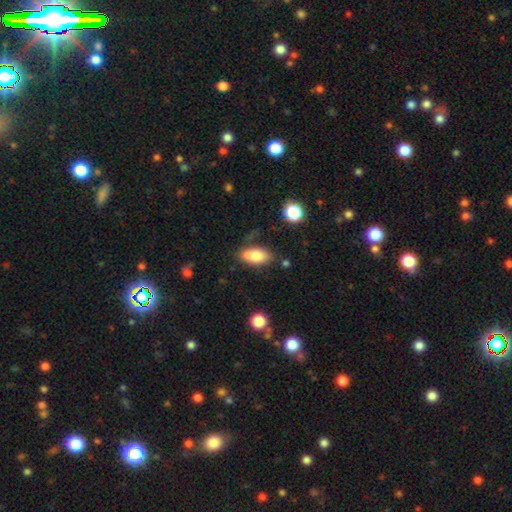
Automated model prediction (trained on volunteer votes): smooth-or-featured: smooth: 74% | featured or disk: 17% | star or artifact: 8%
  how-rounded: in between: 88% | round: 6% | cigar-shaped: 6%
  merging: none: 56% | minor disturbance: 20% | merger: 18% | major disturbance: 6%